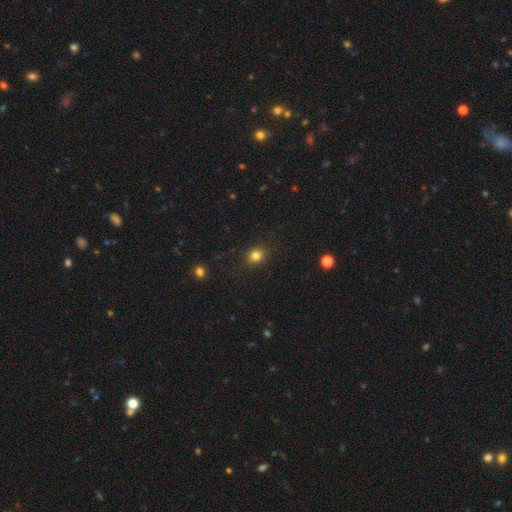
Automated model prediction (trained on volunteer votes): smooth-or-featured: smooth: 82% | star or artifact: 13% | featured or disk: 6%
  how-rounded: round: 70% | in between: 29% | cigar-shaped: 1%
  merging: none: 87% | minor disturbance: 9% | major disturbance: 3% | merger: 1%